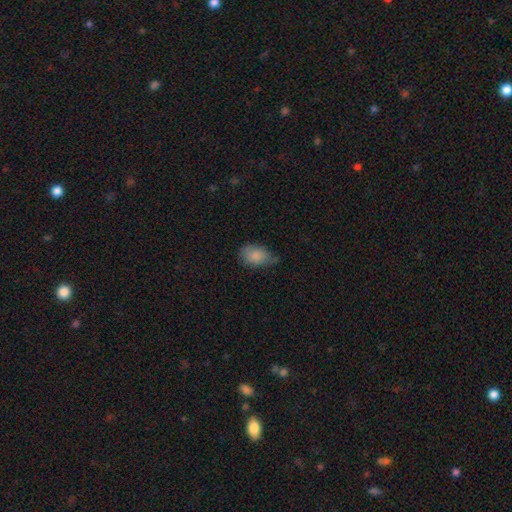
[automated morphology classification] This is clearly a smooth galaxy (84%). How rounded: clearly in between (85%). Merging: possibly none (52%).